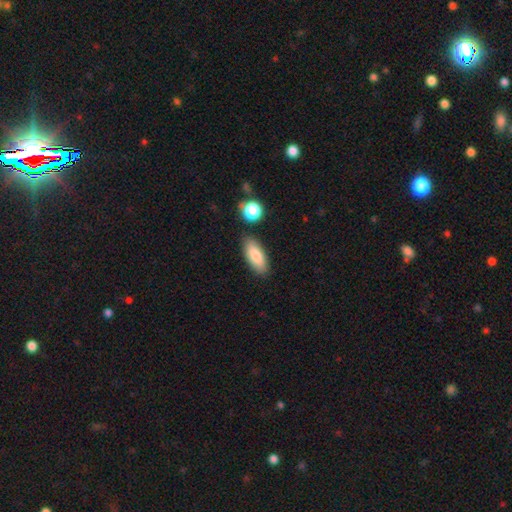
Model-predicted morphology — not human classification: Smooth or featured? Predicted: smooth (p=0.83). How rounded? Predicted: in between (p=0.82). Merging? Predicted: none (p=0.83).